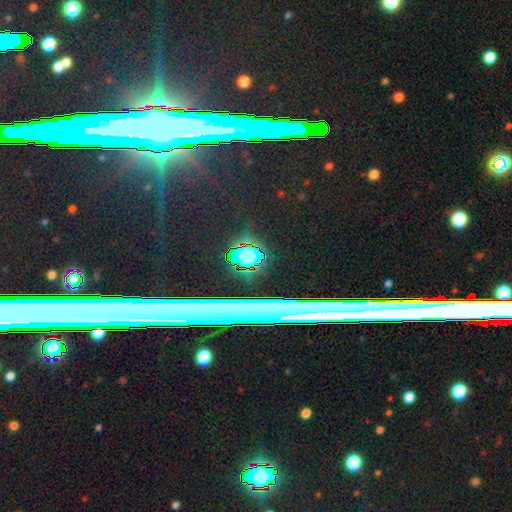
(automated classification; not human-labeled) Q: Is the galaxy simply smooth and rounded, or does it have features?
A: star or artifact — 76%.